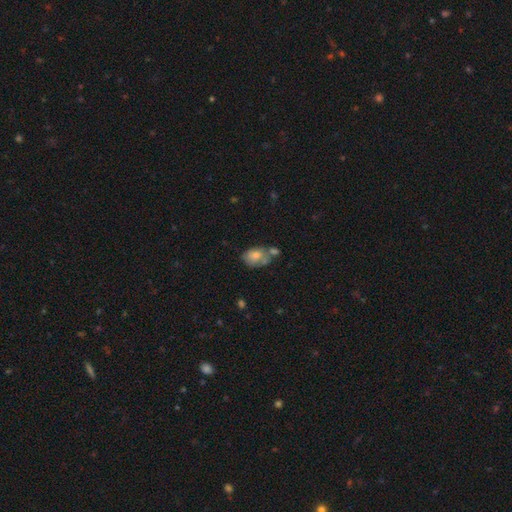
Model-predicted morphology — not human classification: smooth_or_featured: smooth (p=0.71) [alt: featured or disk p=0.21]
how_rounded: in between (p=0.75) [alt: round p=0.23]
merging: none (p=0.39) [alt: merger p=0.32]